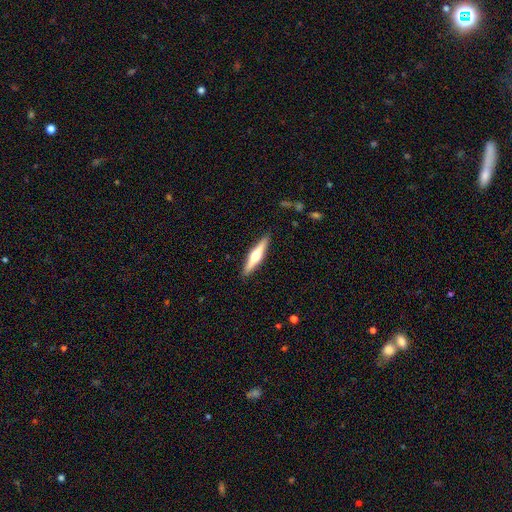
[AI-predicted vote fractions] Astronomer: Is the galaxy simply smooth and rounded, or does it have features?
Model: featured or disk — 62%.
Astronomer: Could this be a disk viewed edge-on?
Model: yes — 97%.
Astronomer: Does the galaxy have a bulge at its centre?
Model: rounded — 94%.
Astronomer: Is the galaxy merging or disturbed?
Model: none — 91%.